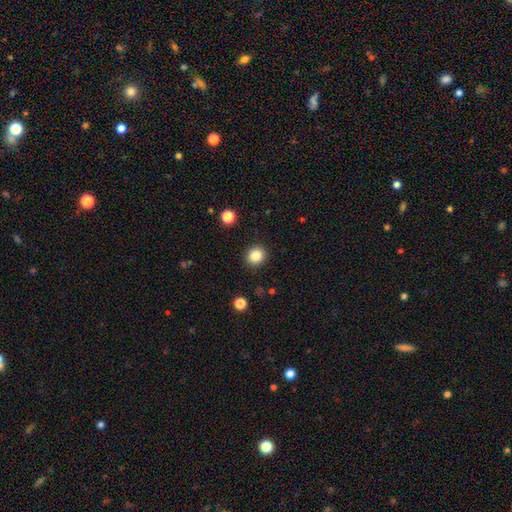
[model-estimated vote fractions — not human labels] smooth_or_featured: smooth (p=0.84) [alt: star or artifact p=0.11]
how_rounded: round (p=0.85) [alt: in between p=0.14]
merging: none (p=0.91) [alt: minor disturbance p=0.06]